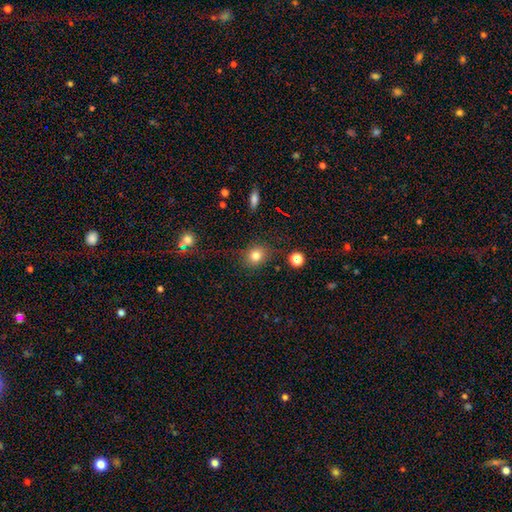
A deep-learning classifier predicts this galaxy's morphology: type=smooth (81%); roundness=round (65%); merging=none (81%).